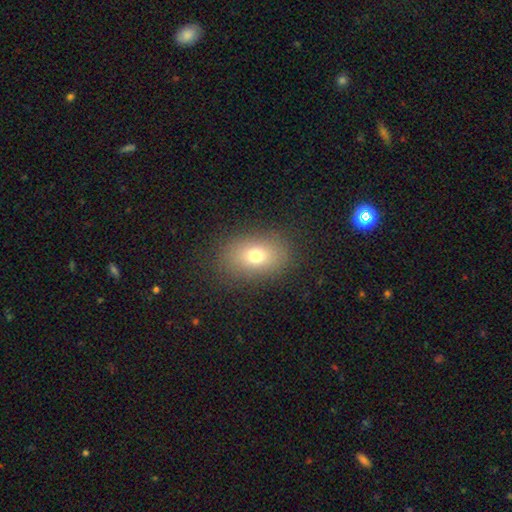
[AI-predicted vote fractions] Smooth or featured: smooth — 75% (star or artifact — 13%)
How rounded: in between — 75% (round — 24%)
Merging: none — 85% (minor disturbance — 9%)